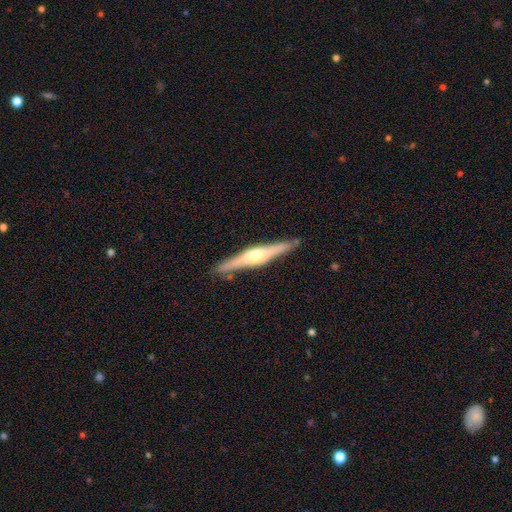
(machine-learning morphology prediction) Q: Smooth or featured?
A: featured or disk (73%); runner-up: smooth (22%)
Q: Edge-on disk?
A: yes (97%); runner-up: no (3%)
Q: Edge-on bulge?
A: rounded (84%); runner-up: boxy (11%)
Q: Merging?
A: none (87%); runner-up: minor disturbance (9%)